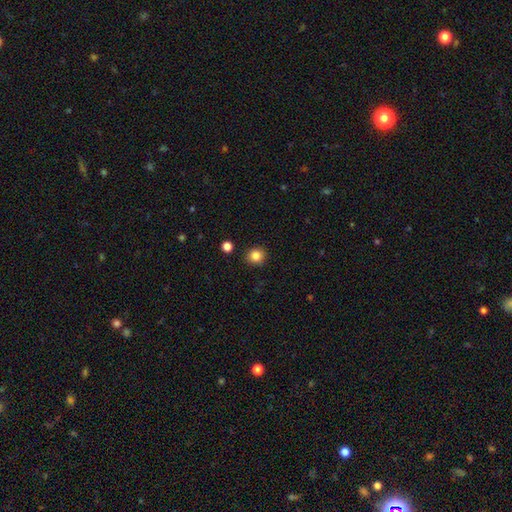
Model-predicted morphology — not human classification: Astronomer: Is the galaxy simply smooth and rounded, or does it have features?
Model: smooth — 84%.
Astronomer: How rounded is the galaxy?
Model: round — 89%.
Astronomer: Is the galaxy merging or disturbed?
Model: none — 90%.